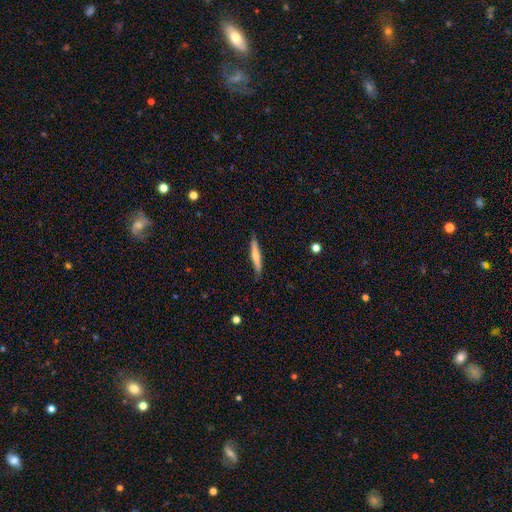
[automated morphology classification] Smooth or featured? smooth (60%)
How rounded? cigar-shaped (93%)
Merging? none (80%)